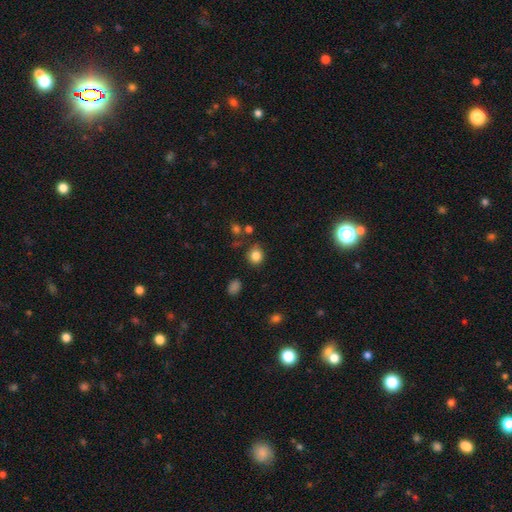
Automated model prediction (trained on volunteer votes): smooth_or_featured: smooth (p=0.84) [alt: star or artifact p=0.11]
how_rounded: round (p=0.84) [alt: in between p=0.15]
merging: none (p=0.80) [alt: minor disturbance p=0.12]